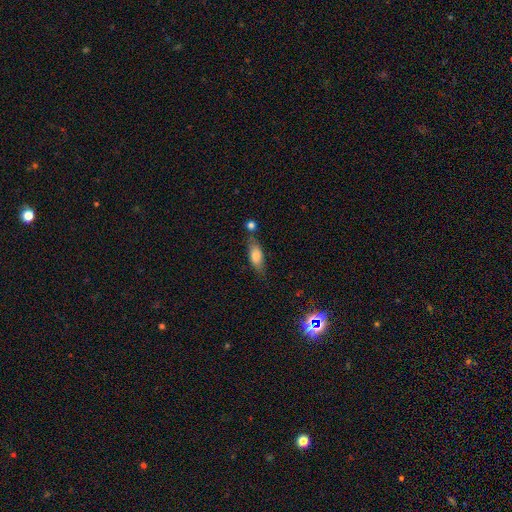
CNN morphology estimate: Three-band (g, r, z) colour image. It shows a smooth galaxy with no disk features (73%) that is in between round and cigar-shaped (74%). Merging: none (59%).